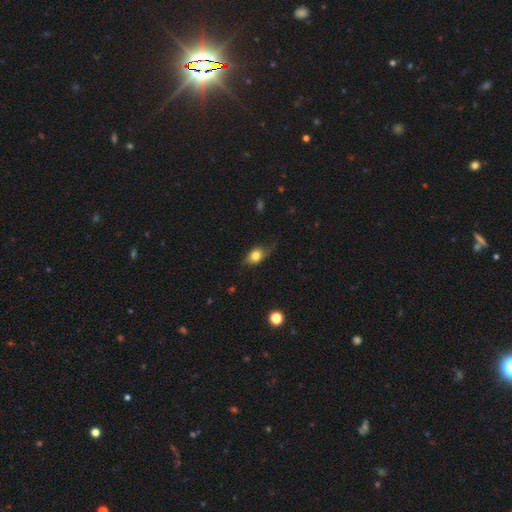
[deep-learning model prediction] Smooth or featured? smooth (72%)
How rounded? in between (70%)
Merging? none (60%)